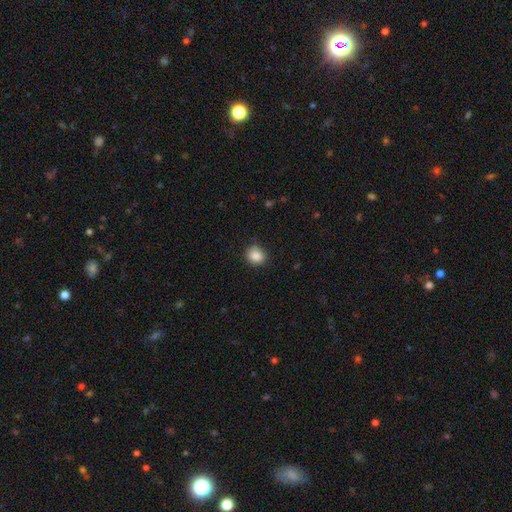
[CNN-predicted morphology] This appears to be a smooth galaxy with no disk features (87%) that is round (77%). Merging: none (82%).